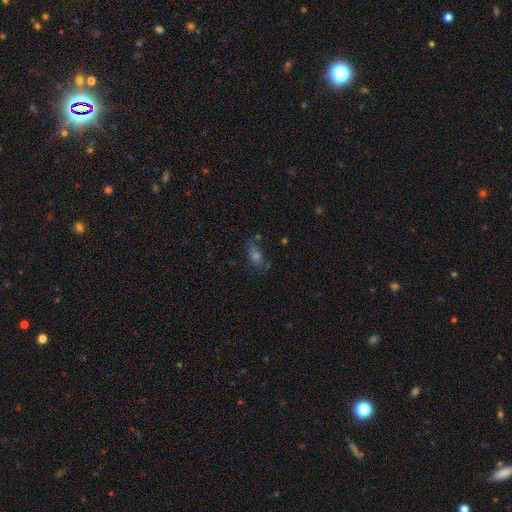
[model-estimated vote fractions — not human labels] This appears to be a smooth galaxy with no disk features (53%) that is in between round and cigar-shaped (69%). Merging: none (67%).